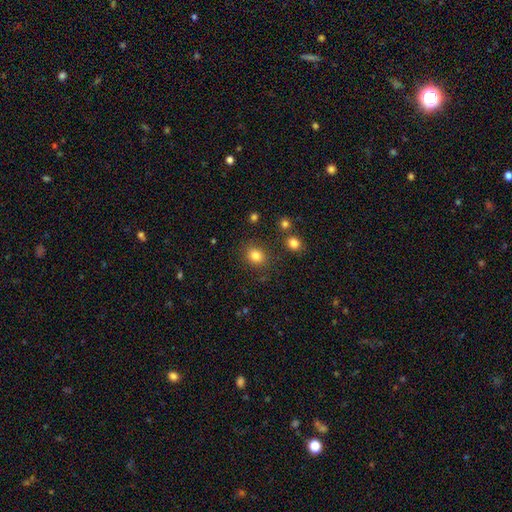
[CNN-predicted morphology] A smooth galaxy with no disk features (82%) that is round (62%).

Vote fractions:
- Smooth or featured? smooth: 82% / star or artifact: 12% / featured or disk: 6%
- How rounded? round: 62% / in between: 37% / cigar-shaped: 1%
- Merging? none: 82% / minor disturbance: 11% / major disturbance: 4% / merger: 4%